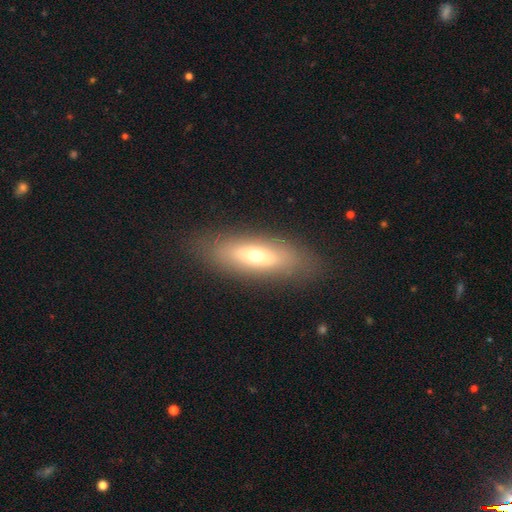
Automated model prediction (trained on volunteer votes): Morphology: type=smooth (50%); merging=none (86%).